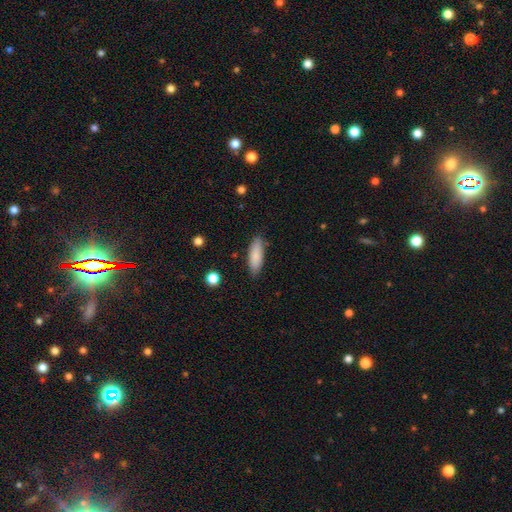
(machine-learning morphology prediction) Smooth or featured? Predicted: smooth (p=0.86). How rounded? Predicted: in between (p=0.57). Merging? Predicted: none (p=0.85).